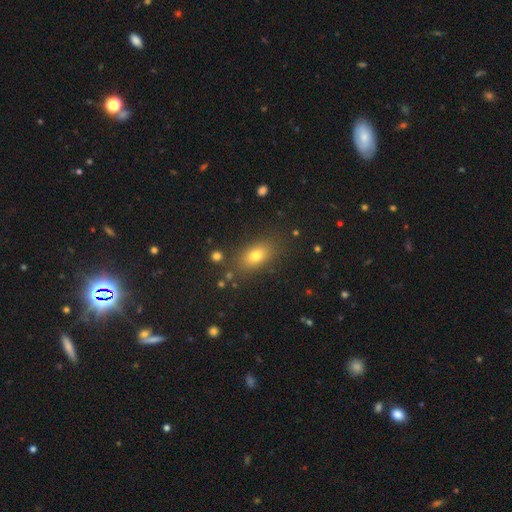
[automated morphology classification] smooth-or-featured: smooth: 73% | star or artifact: 14% | featured or disk: 12%
  how-rounded: in between: 79% | round: 16% | cigar-shaped: 5%
  merging: none: 82% | minor disturbance: 11% | major disturbance: 4% | merger: 3%